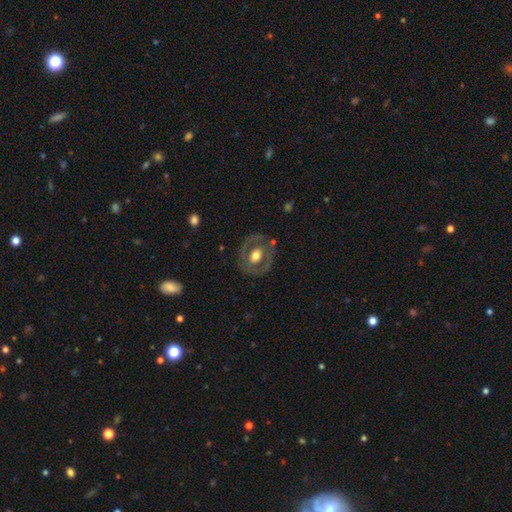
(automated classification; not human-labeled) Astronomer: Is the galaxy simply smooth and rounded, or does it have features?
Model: featured or disk — 53% (runner-up: smooth, 41%).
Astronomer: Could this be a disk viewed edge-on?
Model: no — 94%.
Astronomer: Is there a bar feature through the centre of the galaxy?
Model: no — 74%.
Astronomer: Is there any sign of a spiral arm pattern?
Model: no — 82%.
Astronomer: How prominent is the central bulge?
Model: moderate — 59%.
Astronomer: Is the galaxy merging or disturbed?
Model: none — 76%.